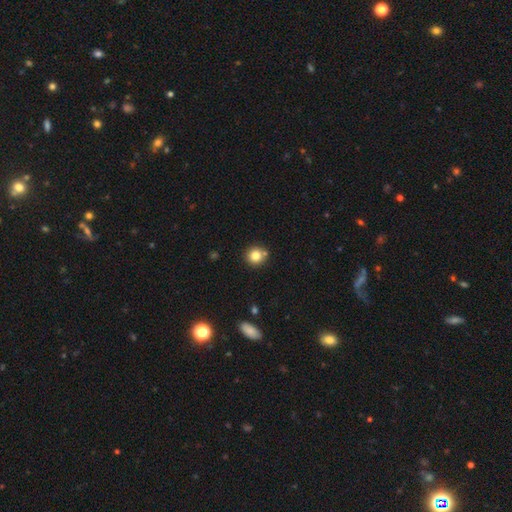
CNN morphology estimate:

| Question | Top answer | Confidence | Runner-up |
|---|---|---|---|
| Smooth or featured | smooth | 81% | star or artifact (11%) |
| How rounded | round | 91% | in between (8%) |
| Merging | none | 77% | merger (10%) |